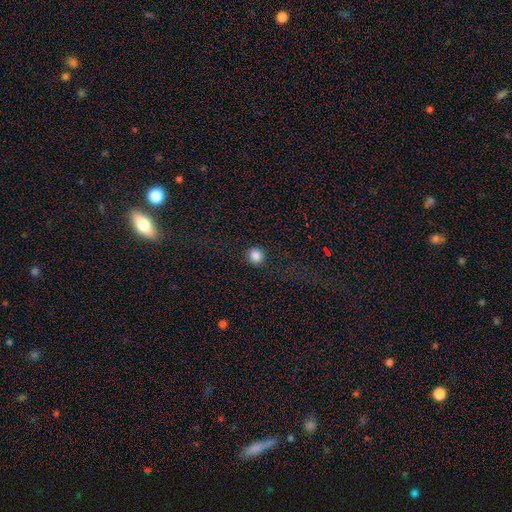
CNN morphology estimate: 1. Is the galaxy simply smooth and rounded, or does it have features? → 86% smooth, 10% star or artifact, 3% featured or disk.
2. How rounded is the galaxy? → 94% round, 5% in between, 1% cigar-shaped.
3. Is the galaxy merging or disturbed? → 92% none, 5% minor disturbance, 2% major disturbance, 1% merger.